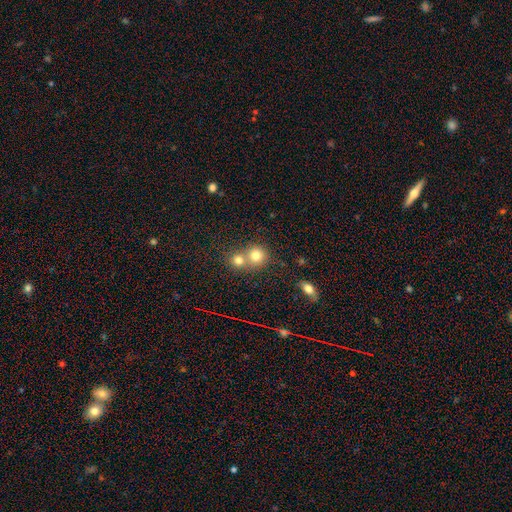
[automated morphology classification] This is likely a smooth galaxy (78%). How rounded: clearly round (86%). Merging: possibly merger (48%).